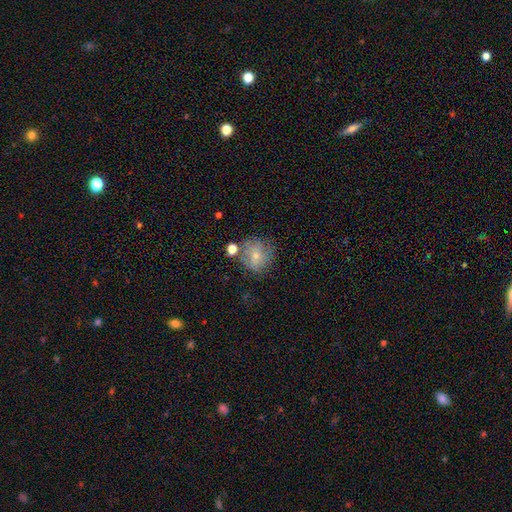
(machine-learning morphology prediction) smooth-or-featured: smooth: 68% | featured or disk: 20% | star or artifact: 12%
  how-rounded: round: 86% | in between: 13% | cigar-shaped: 1%
  merging: none: 60% | minor disturbance: 18% | merger: 12% | major disturbance: 9%